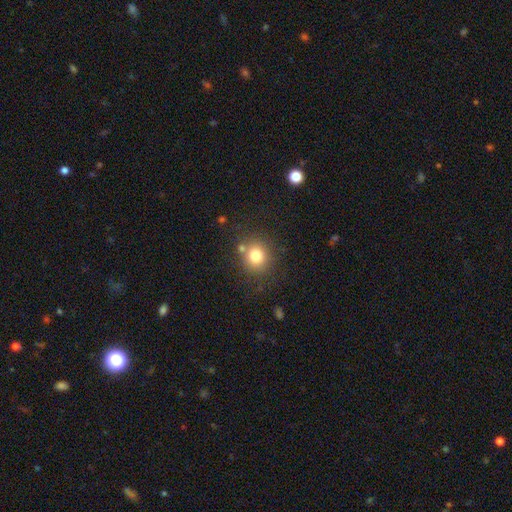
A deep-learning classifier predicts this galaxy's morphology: Smooth or featured? Predicted: smooth (p=0.77). How rounded? Predicted: round (p=0.85). Merging? Predicted: none (p=0.74).